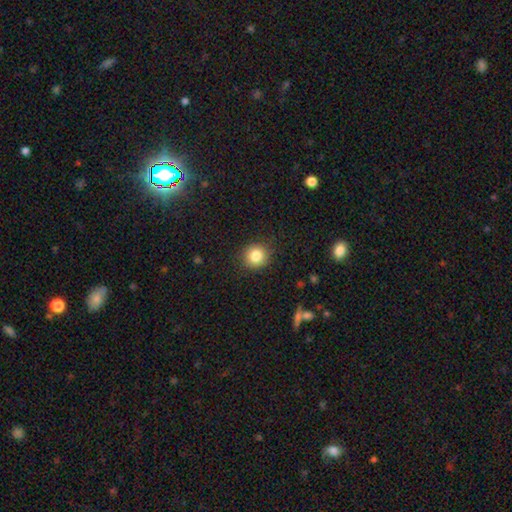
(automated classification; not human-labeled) smooth-or-featured: smooth: 83% | star or artifact: 11% | featured or disk: 6%
  how-rounded: round: 90% | in between: 9% | cigar-shaped: 1%
  merging: none: 88% | minor disturbance: 8% | major disturbance: 2% | merger: 1%